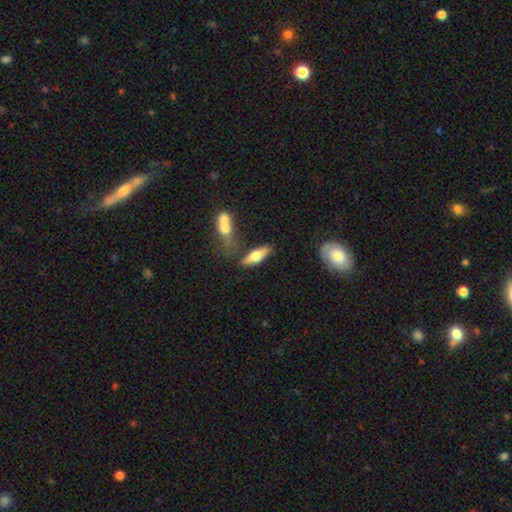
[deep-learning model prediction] The model was most divided on "how rounded": cigar-shaped: 49%, in between: 48%, round: 3%. More confident: merging — none (62%); smooth or featured — smooth (51%).